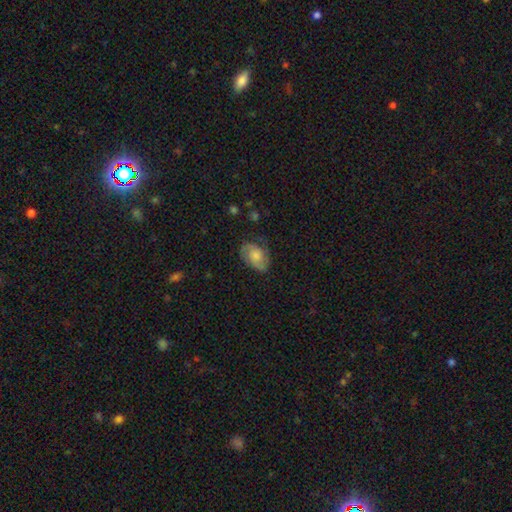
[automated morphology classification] smooth_or_featured: featured or disk (p=0.49) [alt: smooth p=0.43]
merging: none (p=0.63) [alt: minor disturbance p=0.24]